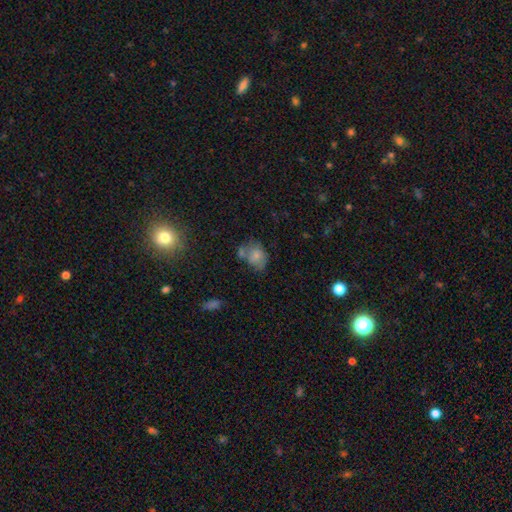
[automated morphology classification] Smooth or featured: smooth — 70% (featured or disk — 20%)
How rounded: in between — 62% (round — 37%)
Merging: none — 35% (merger — 31%)